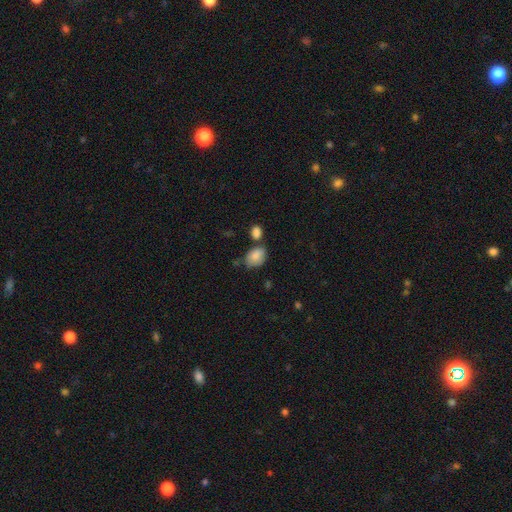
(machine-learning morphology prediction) Smooth or featured: smooth — 85% (star or artifact — 8%)
How rounded: in between — 78% (round — 21%)
Merging: none — 56% (minor disturbance — 21%)